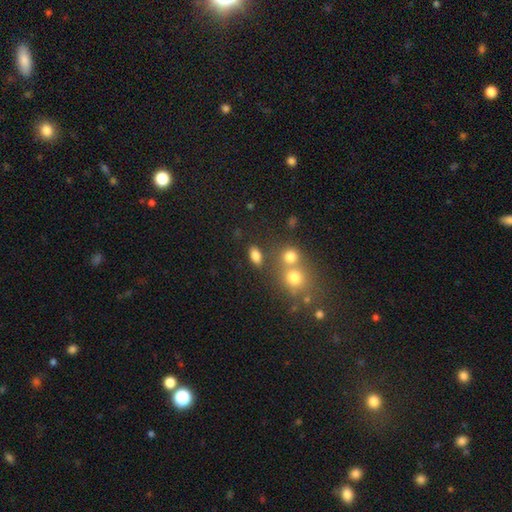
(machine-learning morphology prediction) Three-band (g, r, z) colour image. It shows a smooth galaxy with no disk features (81%) that is in between round and cigar-shaped (83%). Merging: none (69%).